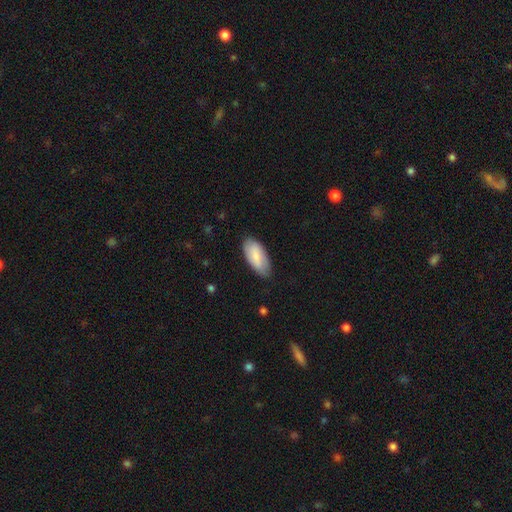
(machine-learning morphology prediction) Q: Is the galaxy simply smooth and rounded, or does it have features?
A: smooth — 81%.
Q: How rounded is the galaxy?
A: in between — 92%.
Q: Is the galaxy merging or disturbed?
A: none — 74%.